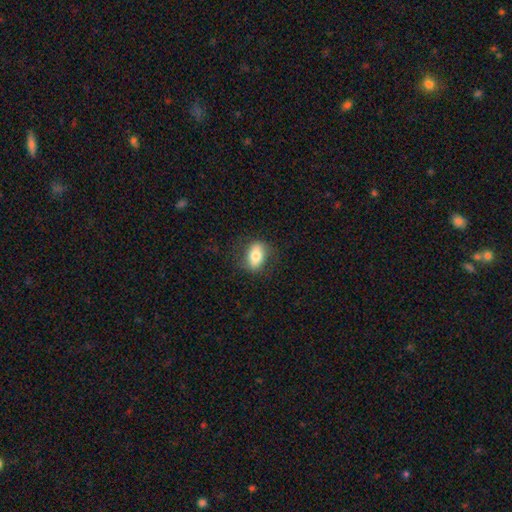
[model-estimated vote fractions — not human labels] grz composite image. It shows a smooth galaxy with no disk features (71%) that is in between round and cigar-shaped (83%). Merging: none (78%).